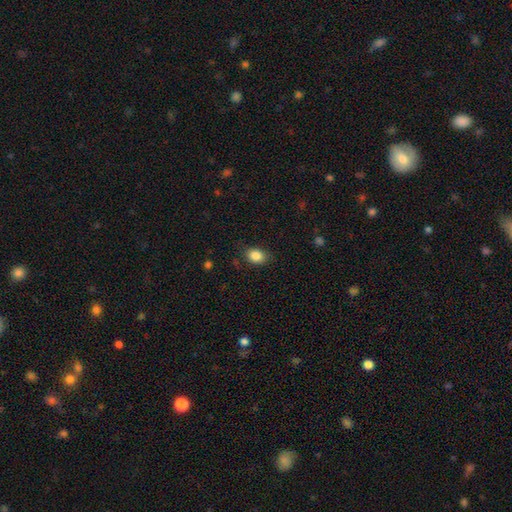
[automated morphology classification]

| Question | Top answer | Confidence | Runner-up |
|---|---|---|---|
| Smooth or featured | smooth | 86% | star or artifact (9%) |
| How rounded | in between | 69% | round (30%) |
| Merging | none | 80% | minor disturbance (15%) |